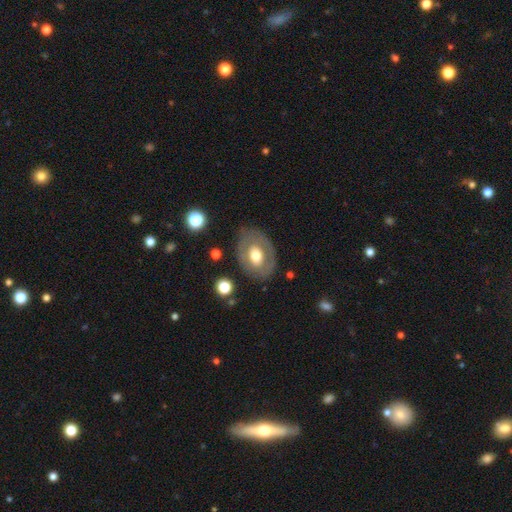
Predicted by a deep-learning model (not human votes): This appears to be a smooth galaxy with no disk features (48%). Merging: none (76%).